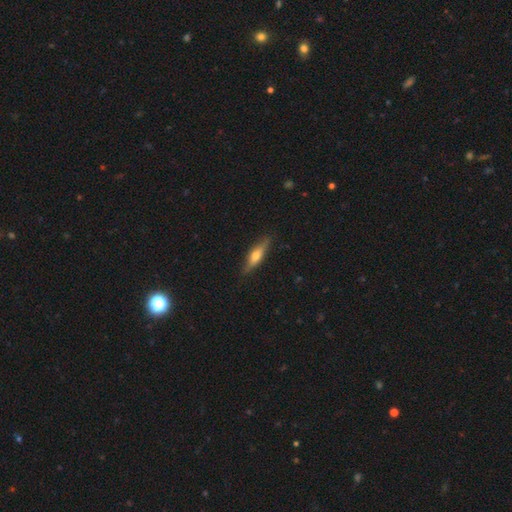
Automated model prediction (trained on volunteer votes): The model was most divided on "smooth or featured" (2-way tie): featured or disk: 47%, smooth: 47%, star or artifact: 6%. More confident: merging — none (85%).